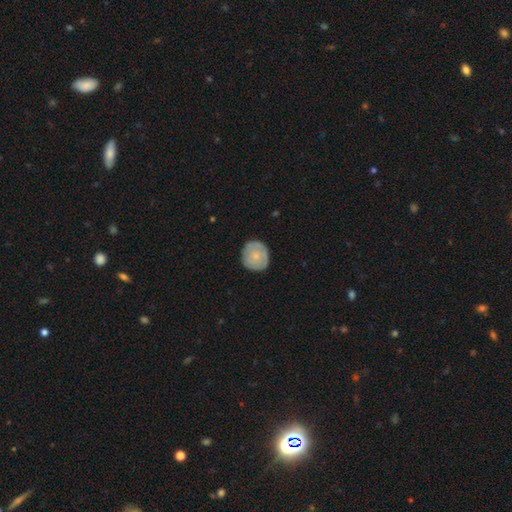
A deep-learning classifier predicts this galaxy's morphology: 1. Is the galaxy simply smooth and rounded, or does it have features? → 66% smooth, 28% featured or disk, 6% star or artifact.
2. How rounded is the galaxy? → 86% round, 13% in between, 1% cigar-shaped.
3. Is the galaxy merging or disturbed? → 82% none, 14% minor disturbance, 3% major disturbance, 1% merger.